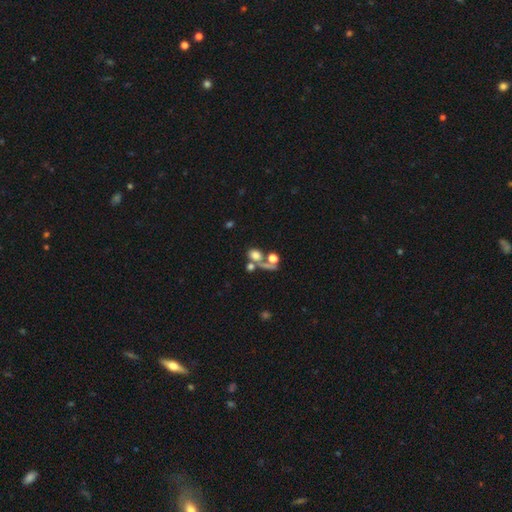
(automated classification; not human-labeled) This is likely a smooth galaxy (67%). How rounded: possibly round (51%). Merging: possibly merger (46%).